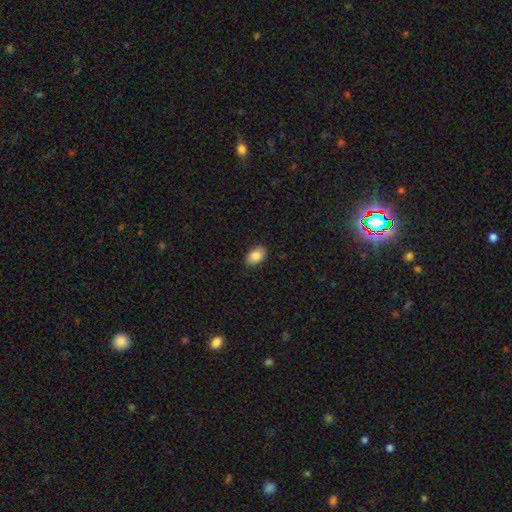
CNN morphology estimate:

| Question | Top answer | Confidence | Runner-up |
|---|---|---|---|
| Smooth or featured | smooth | 86% | featured or disk (7%) |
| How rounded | in between | 87% | round (12%) |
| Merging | none | 86% | minor disturbance (11%) |